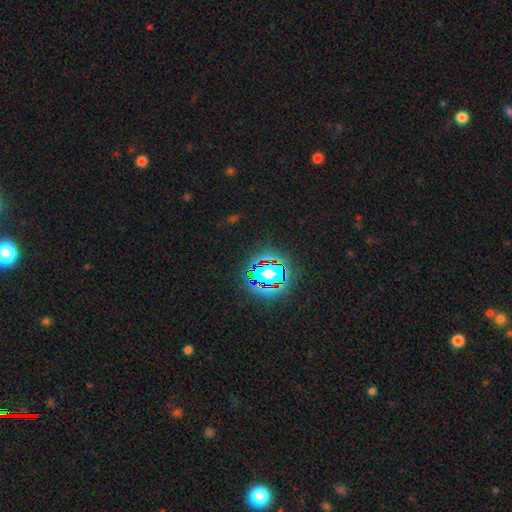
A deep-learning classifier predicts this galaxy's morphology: The model was most divided on "smooth or featured": star or artifact: 80%, smooth: 12%, featured or disk: 8%.